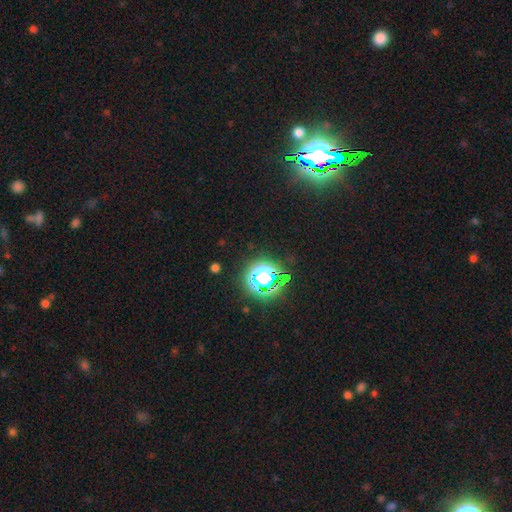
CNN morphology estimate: This is clearly a star or artifact rather than a galaxy (82%).